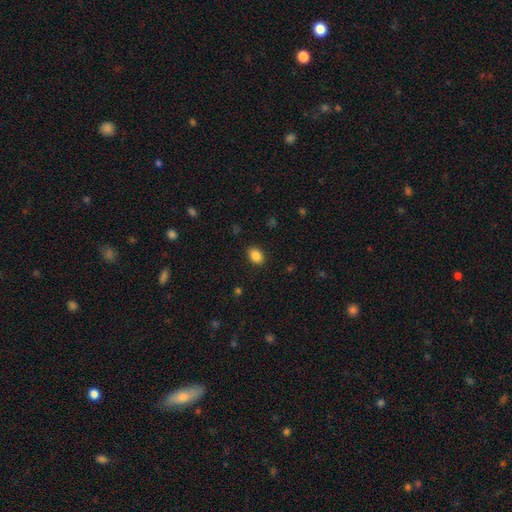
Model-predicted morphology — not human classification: Smooth or featured? smooth (87%)
How rounded? in between (74%)
Merging? none (88%)